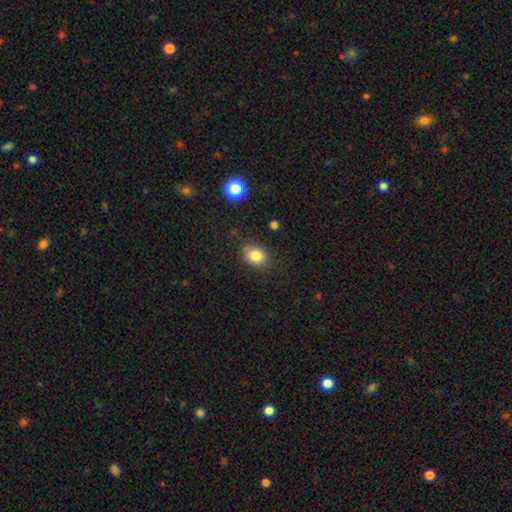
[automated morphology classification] type=smooth (81%); roundness=in between (52%); merging=none (79%).